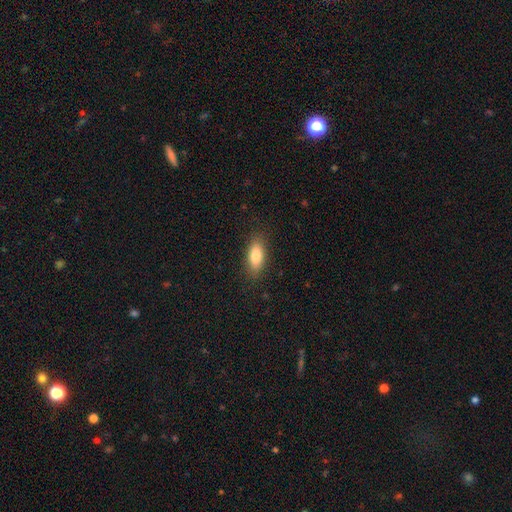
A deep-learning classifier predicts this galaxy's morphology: smooth-or-featured: smooth: 82% | featured or disk: 11% | star or artifact: 7%
  how-rounded: in between: 79% | cigar-shaped: 18% | round: 3%
  merging: none: 86% | minor disturbance: 10% | major disturbance: 3% | merger: 1%